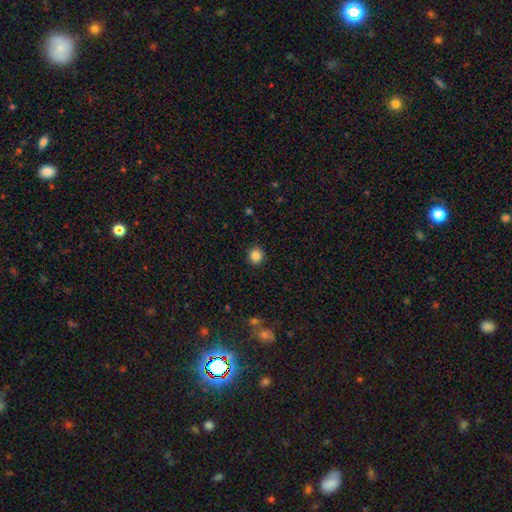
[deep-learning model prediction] A smooth galaxy with no disk features (85%) that is round (92%). Merging: none (92%).